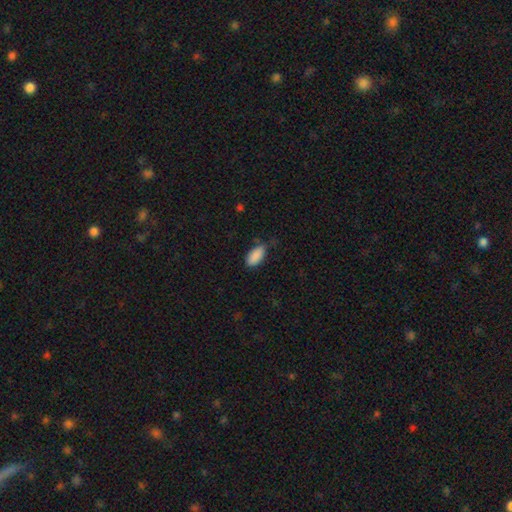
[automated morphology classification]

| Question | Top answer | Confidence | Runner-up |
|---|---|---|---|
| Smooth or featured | smooth | 89% | star or artifact (7%) |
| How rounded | in between | 91% | cigar-shaped (7%) |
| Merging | none | 67% | minor disturbance (26%) |